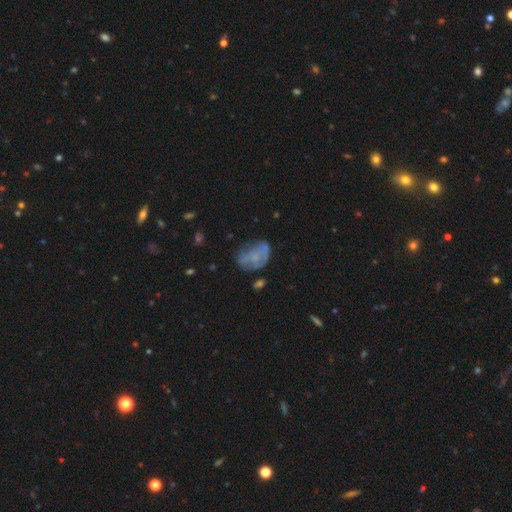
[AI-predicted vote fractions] Smooth or featured?
  - featured or disk: 44% * (tied)
  - smooth: 44% * (tied)
  - star or artifact: 12%
Merging?
  - none: 46% *
  - minor disturbance: 28%
  - major disturbance: 21%
  - merger: 5%